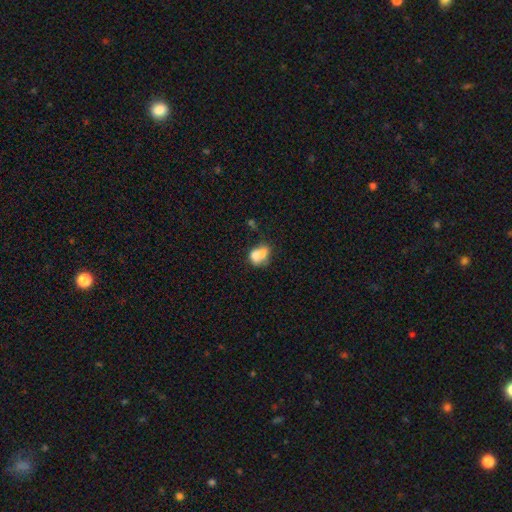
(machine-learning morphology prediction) Smooth or featured?
  - smooth: 66% *
  - featured or disk: 24%
  - star or artifact: 10%
How rounded?
  - in between: 62% *
  - round: 36%
  - cigar-shaped: 2%
Merging?
  - merger: 60% *
  - none: 22%
  - minor disturbance: 11%
  - major disturbance: 7%